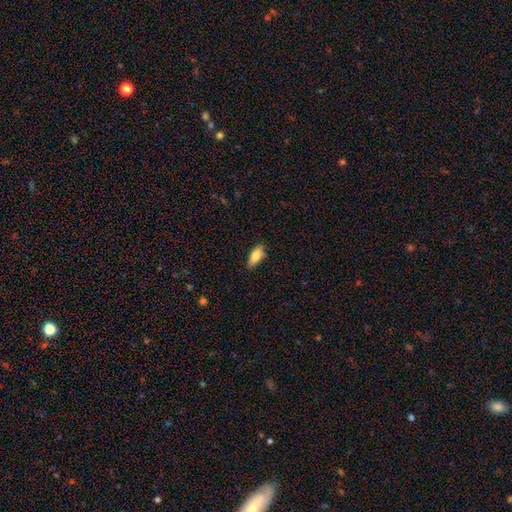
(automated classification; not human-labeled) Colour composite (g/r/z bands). It shows a smooth galaxy with no disk features (82%) that is in between round and cigar-shaped (80%). Merging: none (81%).